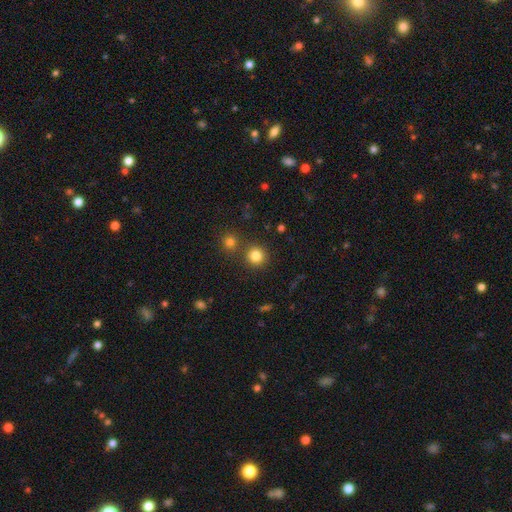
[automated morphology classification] Smooth or featured? Predicted: smooth (p=0.82). How rounded? Predicted: round (p=0.93). Merging? Predicted: none (p=0.80).